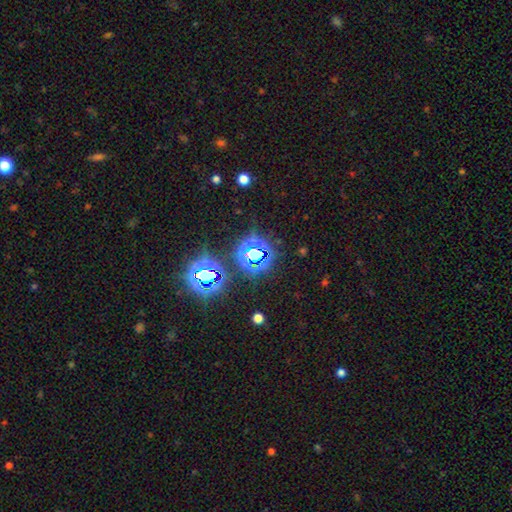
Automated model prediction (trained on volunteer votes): The model was most divided on "smooth or featured": star or artifact: 79%, smooth: 13%, featured or disk: 8%.